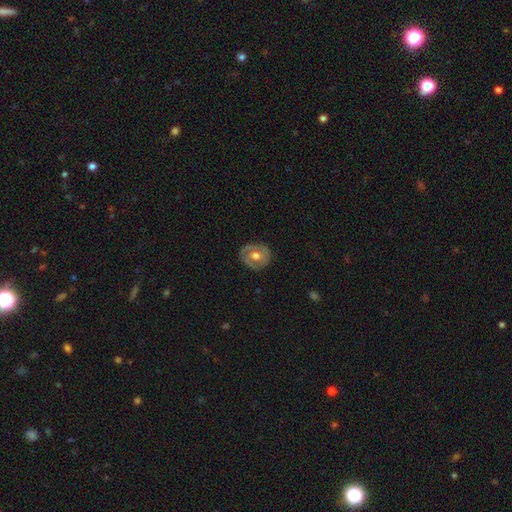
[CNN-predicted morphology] A featured or disk galaxy (55%) with no bar (70%), no spiral arms (65%) and a moderate central bulge (69%). Merging: none (81%).